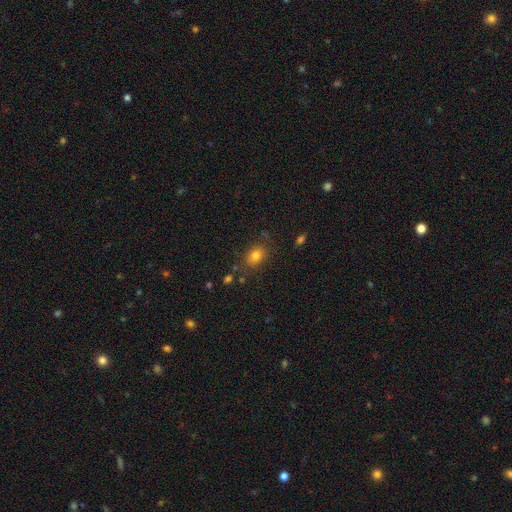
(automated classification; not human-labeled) Smooth or featured? smooth (79%)
How rounded? in between (69%)
Merging? none (78%)